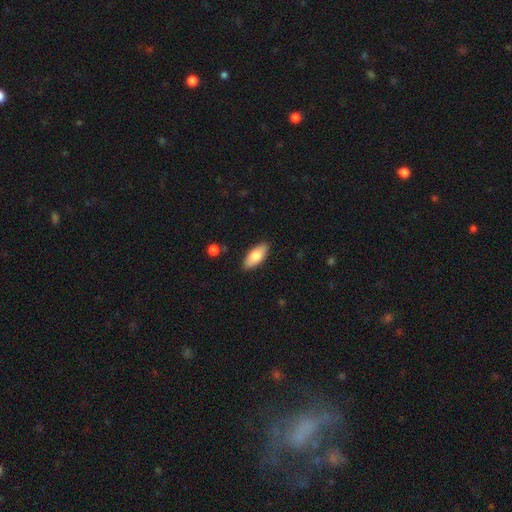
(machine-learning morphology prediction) This appears to be a smooth galaxy with no disk features (76%) that is in between round and cigar-shaped (86%). Merging: none (88%).